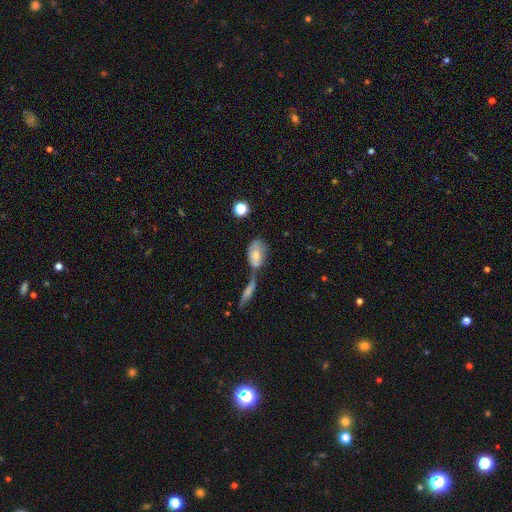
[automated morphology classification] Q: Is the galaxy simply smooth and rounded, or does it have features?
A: smooth — 65%.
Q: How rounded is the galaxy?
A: in between — 86%.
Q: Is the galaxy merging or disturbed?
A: merger — 51%.